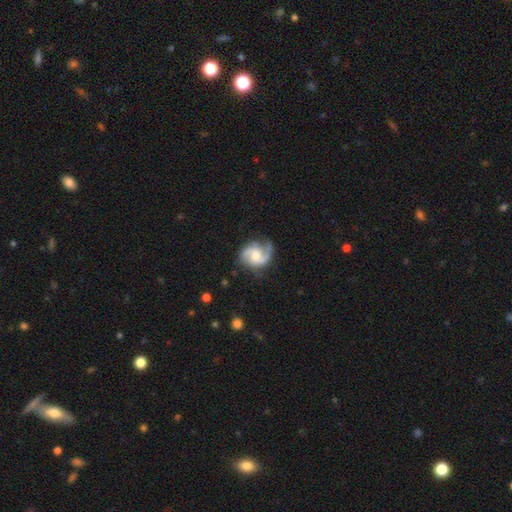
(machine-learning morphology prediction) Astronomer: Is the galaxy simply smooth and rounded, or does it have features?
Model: featured or disk — 84%.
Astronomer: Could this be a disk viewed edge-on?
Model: no — 98%.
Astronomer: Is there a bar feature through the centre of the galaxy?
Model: no — 54% (runner-up: weak, 38%).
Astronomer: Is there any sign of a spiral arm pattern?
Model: yes — 97%.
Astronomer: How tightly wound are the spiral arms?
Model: medium — 50% (runner-up: loose, 30%).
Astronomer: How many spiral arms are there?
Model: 2 — 82%.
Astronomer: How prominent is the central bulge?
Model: moderate — 57%.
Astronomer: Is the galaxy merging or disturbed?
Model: none — 69%.